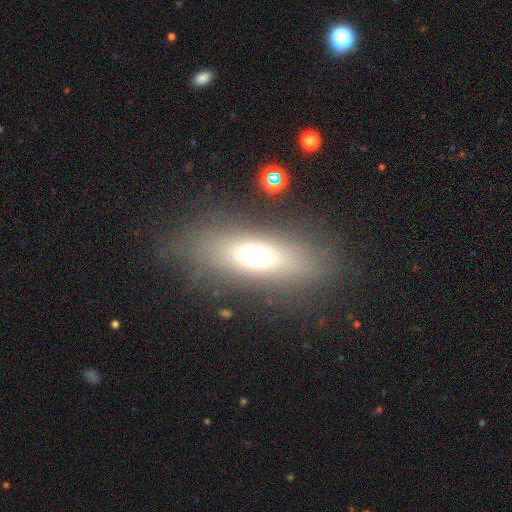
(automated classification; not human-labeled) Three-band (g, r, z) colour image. It shows a smooth galaxy with no disk features (60%) that is in between round and cigar-shaped (62%). Merging: none (77%).